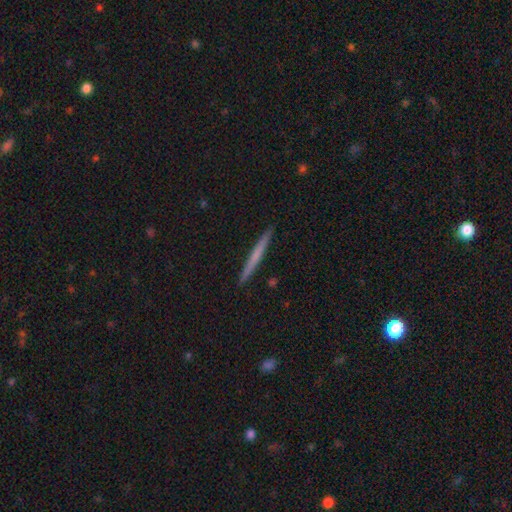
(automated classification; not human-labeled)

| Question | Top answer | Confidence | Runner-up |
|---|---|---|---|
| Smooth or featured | smooth | 53% | featured or disk (41%) |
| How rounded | cigar-shaped | 97% | in between (2%) |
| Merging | none | 93% | minor disturbance (5%) |